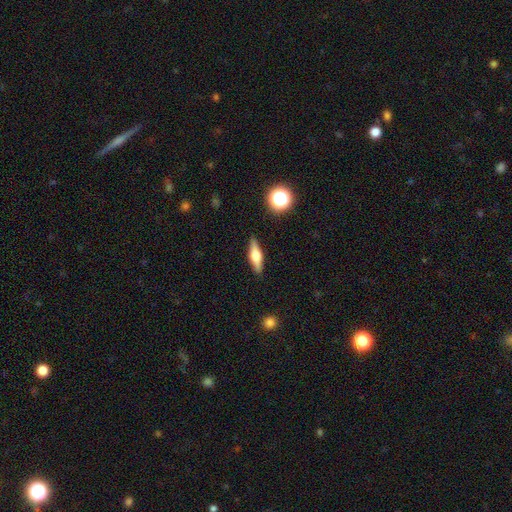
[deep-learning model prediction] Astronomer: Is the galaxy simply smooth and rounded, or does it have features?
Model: featured or disk — 55% (runner-up: smooth, 38%).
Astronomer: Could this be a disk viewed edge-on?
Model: yes — 95%.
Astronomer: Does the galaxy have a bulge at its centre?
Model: rounded — 88%.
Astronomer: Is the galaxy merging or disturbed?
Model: none — 88%.